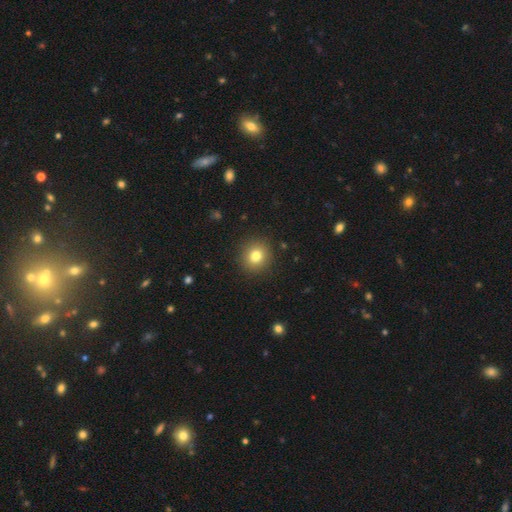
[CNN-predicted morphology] Smooth or featured: smooth — 80% (star or artifact — 12%)
How rounded: round — 89% (in between — 10%)
Merging: none — 91% (minor disturbance — 6%)